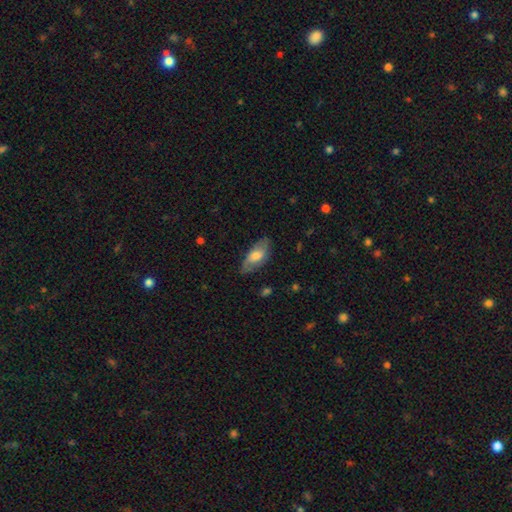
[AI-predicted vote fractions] This is likely a smooth galaxy (60%). How rounded: clearly in between (88%). Merging: likely none (73%).